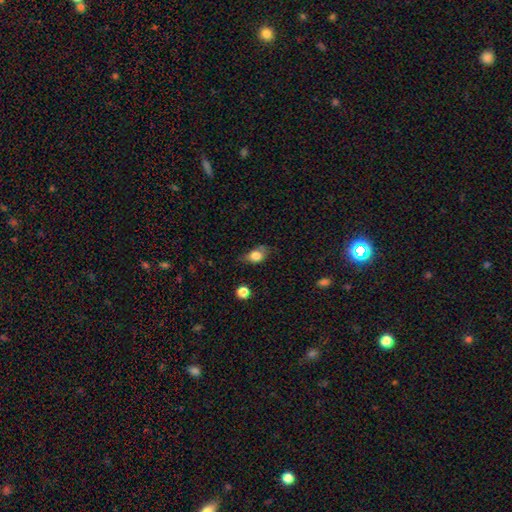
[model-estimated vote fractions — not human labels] Q: Smooth or featured?
A: smooth (79%); runner-up: featured or disk (12%)
Q: How rounded?
A: in between (76%); runner-up: round (21%)
Q: Merging?
A: none (55%); runner-up: minor disturbance (32%)